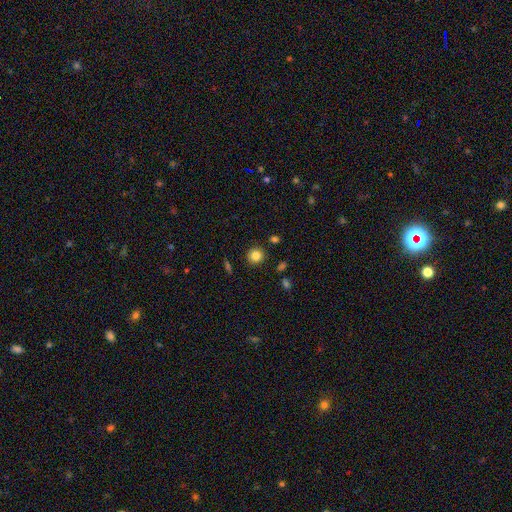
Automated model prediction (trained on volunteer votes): Smooth or featured? smooth (84%)
How rounded? round (92%)
Merging? none (89%)